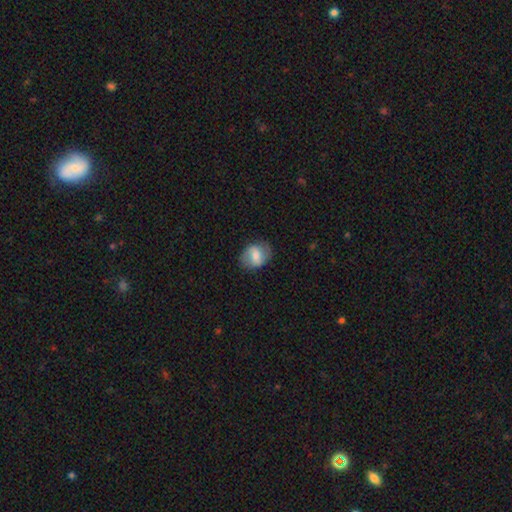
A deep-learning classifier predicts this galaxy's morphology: Q: Smooth or featured?
A: smooth (57%); runner-up: featured or disk (36%)
Q: How rounded?
A: in between (55%); runner-up: round (44%)
Q: Merging?
A: none (78%); runner-up: minor disturbance (16%)